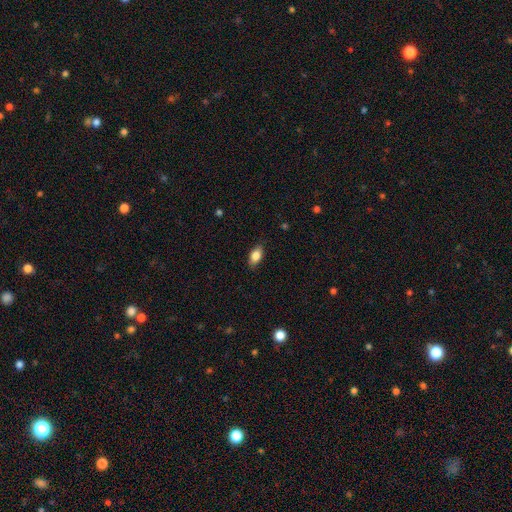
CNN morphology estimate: smooth-or-featured: smooth: 83% | featured or disk: 10% | star or artifact: 7%
  how-rounded: in between: 89% | round: 7% | cigar-shaped: 5%
  merging: none: 85% | minor disturbance: 12% | major disturbance: 2% | merger: 1%